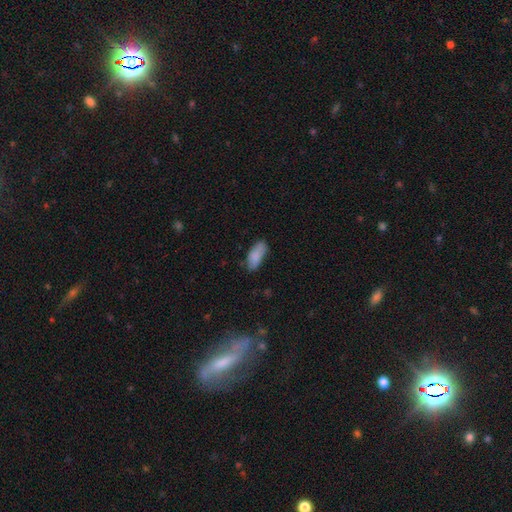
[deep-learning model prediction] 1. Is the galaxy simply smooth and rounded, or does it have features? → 84% smooth, 9% featured or disk, 7% star or artifact.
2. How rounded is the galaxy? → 84% in between, 14% cigar-shaped, 2% round.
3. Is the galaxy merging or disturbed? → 66% none, 26% minor disturbance, 6% major disturbance, 2% merger.